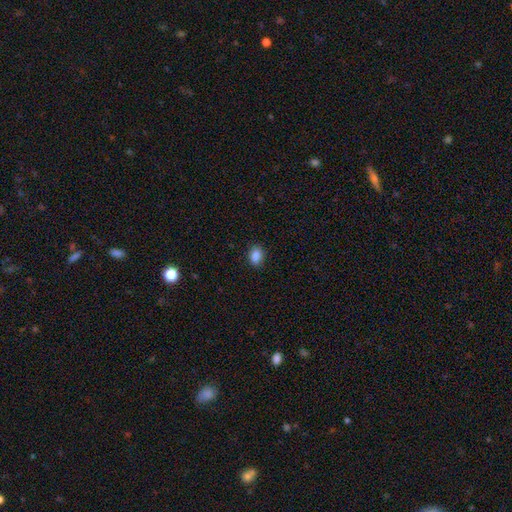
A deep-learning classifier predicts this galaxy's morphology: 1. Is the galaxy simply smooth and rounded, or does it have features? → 87% smooth, 9% star or artifact, 4% featured or disk.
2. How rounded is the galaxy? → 75% in between, 23% round, 2% cigar-shaped.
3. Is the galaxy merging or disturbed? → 85% none, 11% minor disturbance, 2% major disturbance, 1% merger.